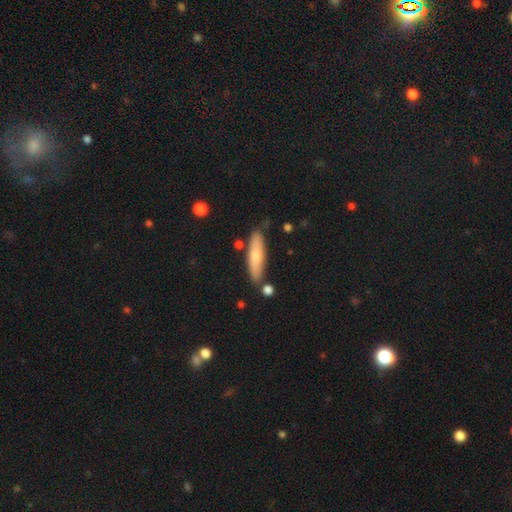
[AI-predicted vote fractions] This appears to be a smooth galaxy with no disk features (68%) that is cigar-shaped (72%). Merging: none (79%).